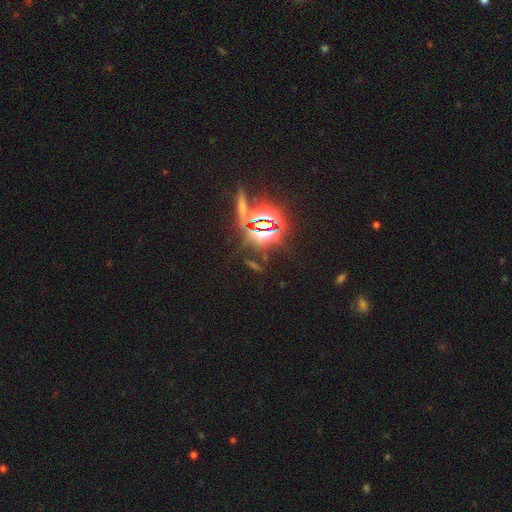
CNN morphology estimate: Smooth or featured? Predicted: star or artifact (p=0.84).